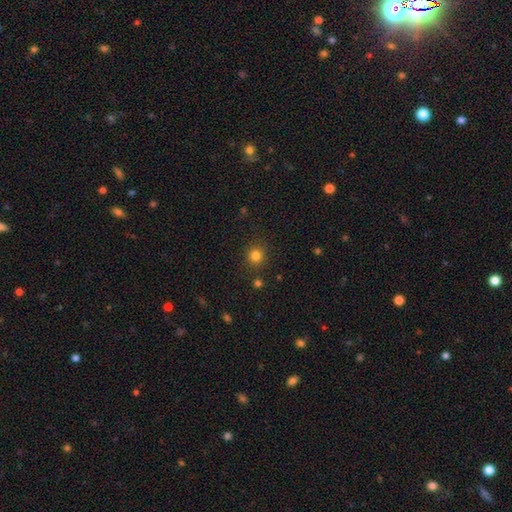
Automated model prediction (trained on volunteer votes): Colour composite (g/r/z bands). It shows a smooth galaxy with no disk features (80%) that is round (92%). Merging: none (88%).